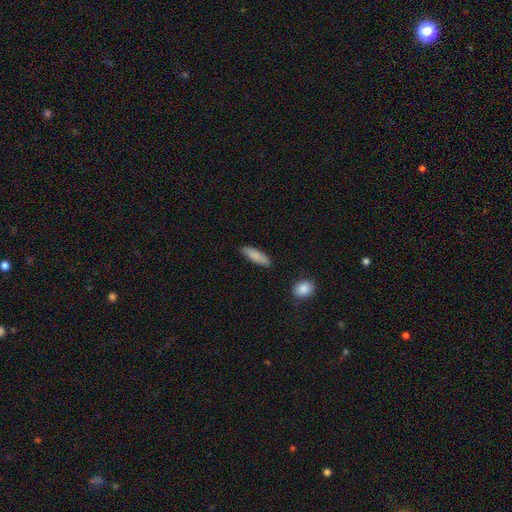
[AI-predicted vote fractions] Smooth or featured? Predicted: smooth (p=0.84). How rounded? Predicted: cigar-shaped (p=0.49, tied with in between). Merging? Predicted: none (p=0.83).